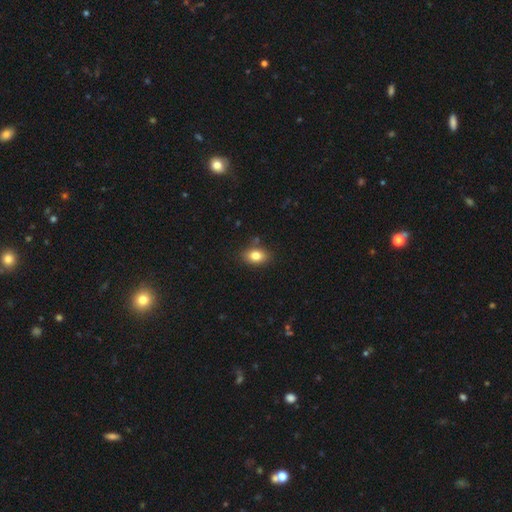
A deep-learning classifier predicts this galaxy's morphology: Overall: smooth (82%). How rounded: in between (81%). Merging: none (83%).